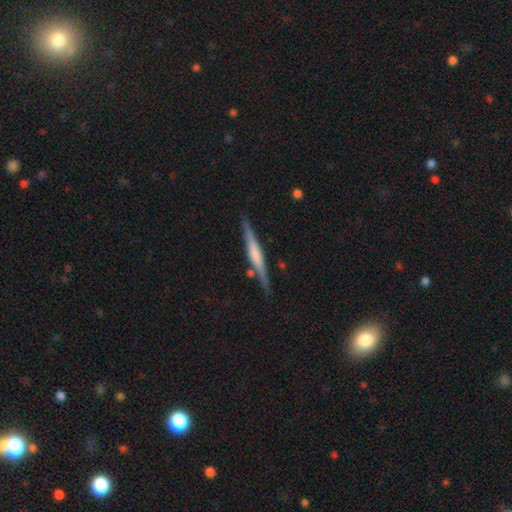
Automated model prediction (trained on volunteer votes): This is likely a featured or disk galaxy (60%). It is clearly viewed edge-on (97%). Edge-on bulge: marginally rounded (36%, tied with none). Merging: clearly none (84%).